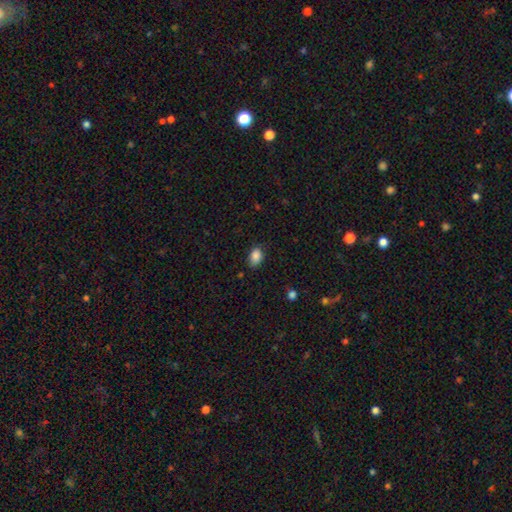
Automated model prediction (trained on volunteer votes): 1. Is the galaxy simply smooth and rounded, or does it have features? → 87% smooth, 9% star or artifact, 4% featured or disk.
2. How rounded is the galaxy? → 84% in between, 15% round, 1% cigar-shaped.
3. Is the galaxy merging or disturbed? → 75% none, 20% minor disturbance, 4% major disturbance, 1% merger.